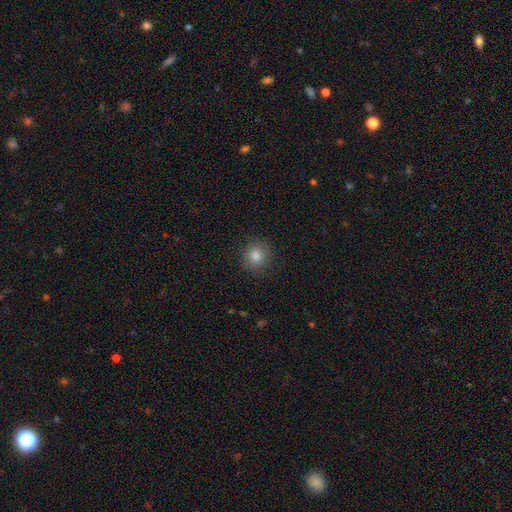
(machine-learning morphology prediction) Overall: smooth (82%). How rounded: round (89%). Merging: none (89%).